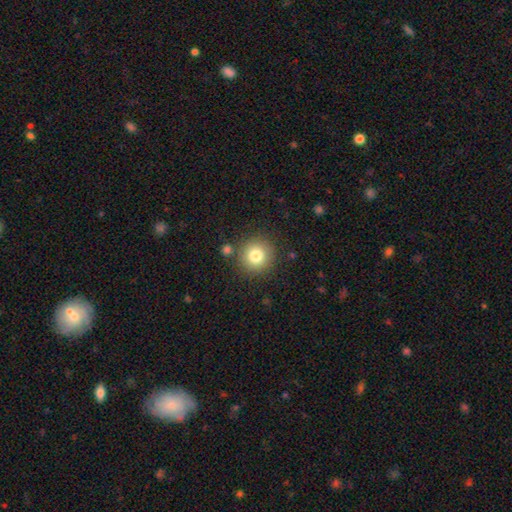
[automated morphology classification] Smooth or featured: smooth — 80% (star or artifact — 11%)
How rounded: round — 94% (in between — 5%)
Merging: none — 84% (minor disturbance — 8%)